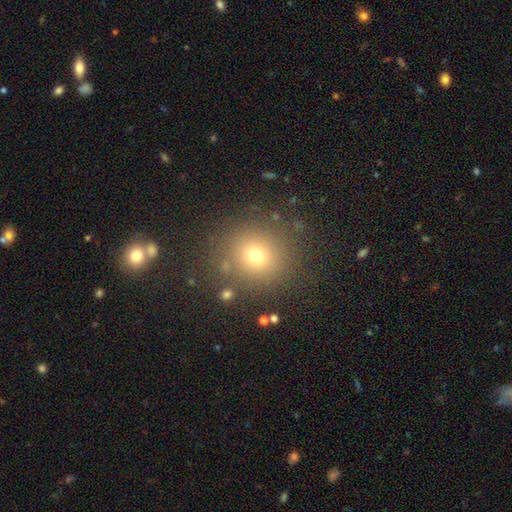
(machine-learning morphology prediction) smooth-or-featured: smooth: 69% | star or artifact: 21% | featured or disk: 10%
  how-rounded: round: 90% | in between: 9% | cigar-shaped: 1%
  merging: none: 85% | minor disturbance: 8% | major disturbance: 4% | merger: 3%